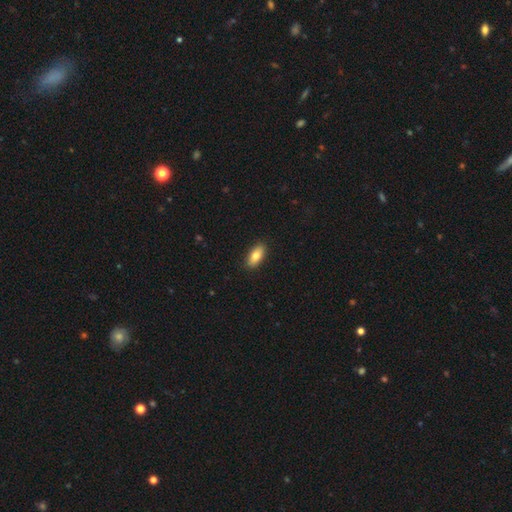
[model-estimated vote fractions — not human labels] Q: Smooth or featured?
A: smooth (80%); runner-up: featured or disk (13%)
Q: How rounded?
A: in between (85%); runner-up: cigar-shaped (11%)
Q: Merging?
A: none (90%); runner-up: minor disturbance (8%)